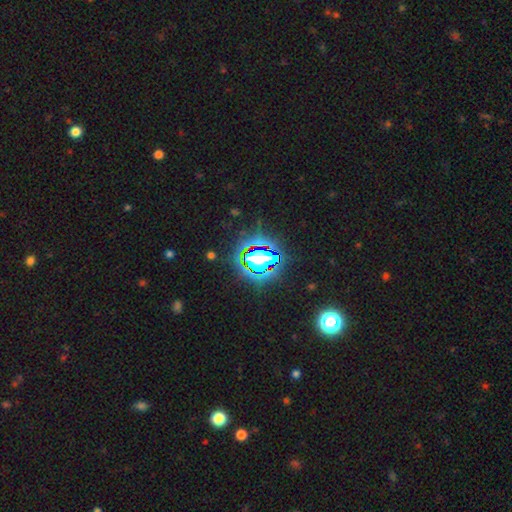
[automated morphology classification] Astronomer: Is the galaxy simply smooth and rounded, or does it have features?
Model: star or artifact — 83%.